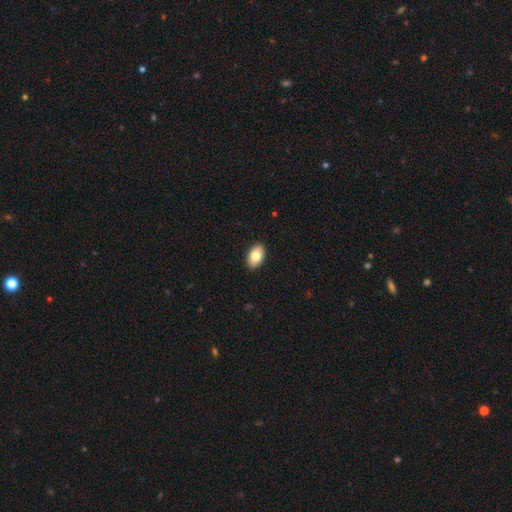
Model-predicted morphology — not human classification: Smooth or featured? smooth (81%)
How rounded? in between (92%)
Merging? none (90%)